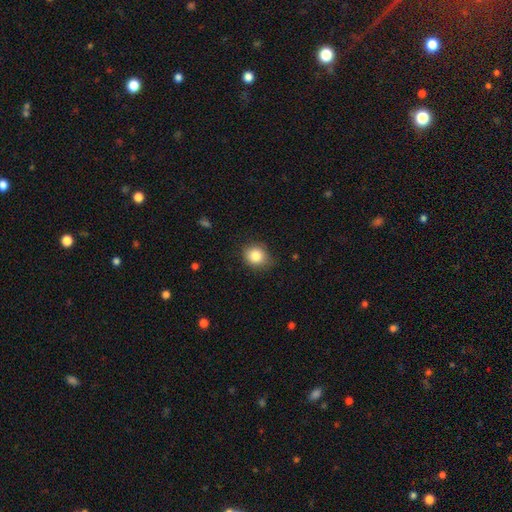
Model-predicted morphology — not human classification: type=smooth (83%); roundness=round (72%); merging=none (77%).